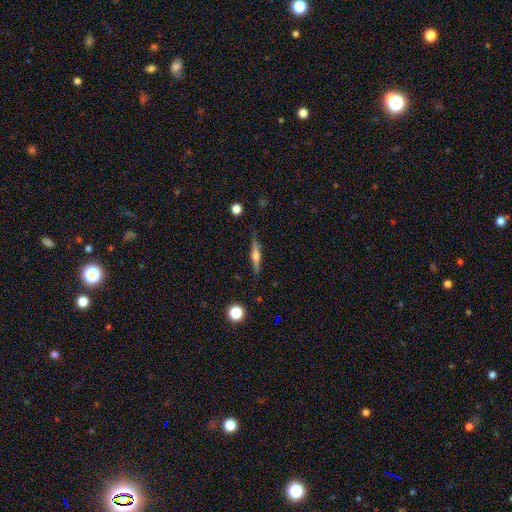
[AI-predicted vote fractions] This appears to be a featured or disk galaxy (61%) viewed edge-on (96%) with a rounded central bulge (89%). Merging: none (85%).